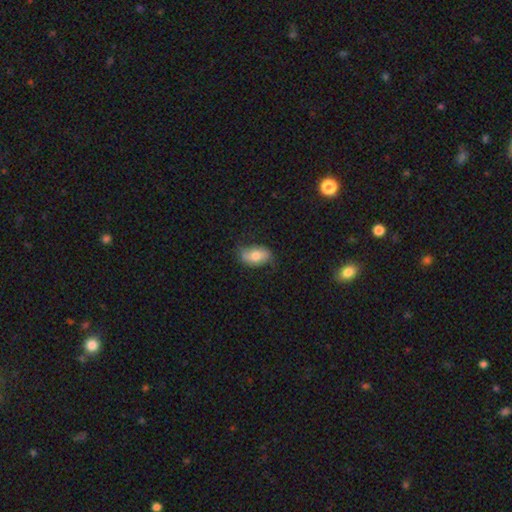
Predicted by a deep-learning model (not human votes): A smooth galaxy with no disk features (70%) that is in between round and cigar-shaped (91%).

Vote fractions:
- Smooth or featured? smooth: 70% / featured or disk: 24% / star or artifact: 7%
- How rounded? in between: 91% / round: 7% / cigar-shaped: 2%
- Merging? none: 72% / minor disturbance: 22% / major disturbance: 5% / merger: 1%